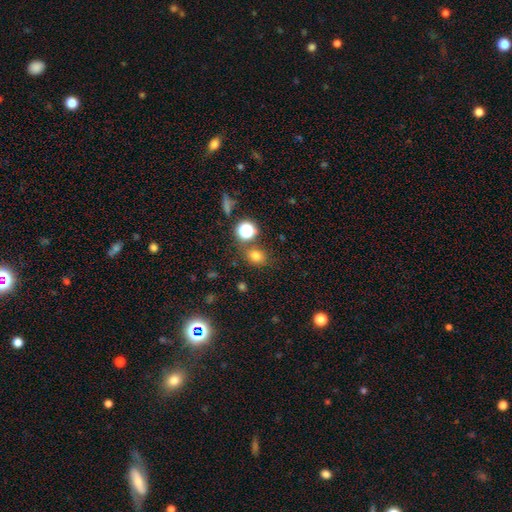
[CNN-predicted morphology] The model was most divided on "how rounded": round: 62%, in between: 37%, cigar-shaped: 1%. More confident: merging — none (76%); smooth or featured — smooth (74%).